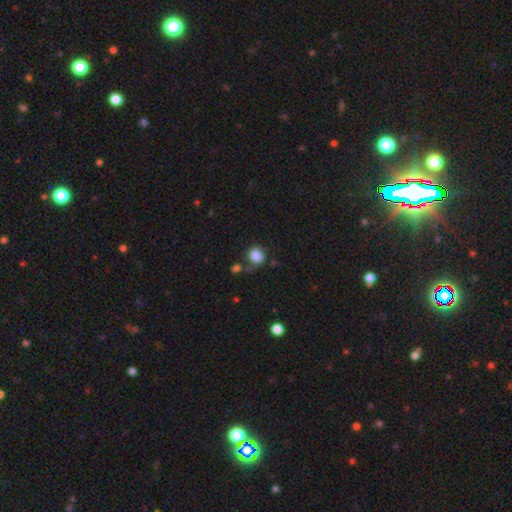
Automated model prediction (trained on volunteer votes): Overall: smooth (85%). How rounded: round (76%). Merging: none (67%).